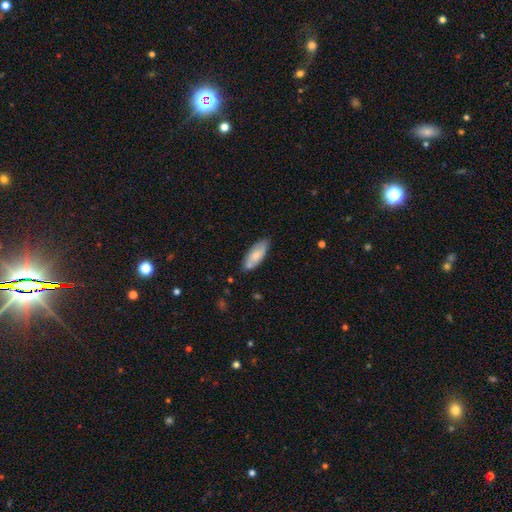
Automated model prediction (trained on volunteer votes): Morphology: type=smooth (69%); roundness=in between (78%); merging=none (75%).